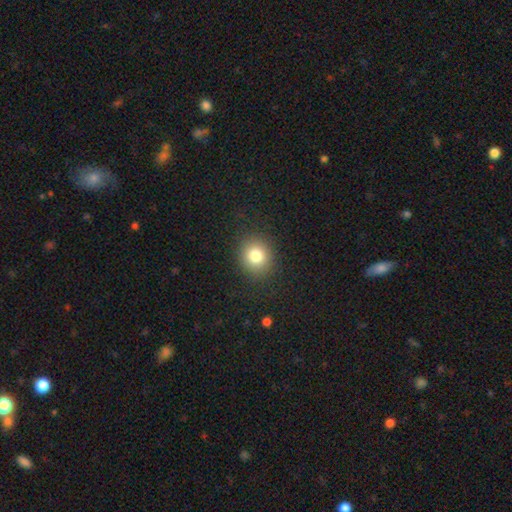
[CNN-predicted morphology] smooth_or_featured: smooth (p=0.80) [alt: star or artifact p=0.12]
how_rounded: round (p=0.82) [alt: in between p=0.17]
merging: none (p=0.89) [alt: minor disturbance p=0.07]